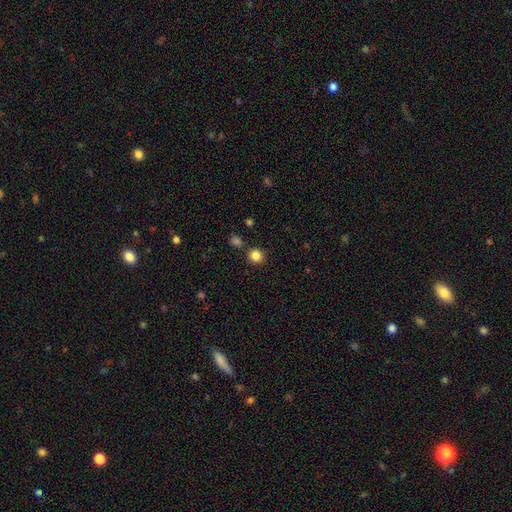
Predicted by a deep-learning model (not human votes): smooth_or_featured: smooth (p=0.84) [alt: star or artifact p=0.12]
how_rounded: round (p=0.90) [alt: in between p=0.10]
merging: none (p=0.87) [alt: minor disturbance p=0.06]